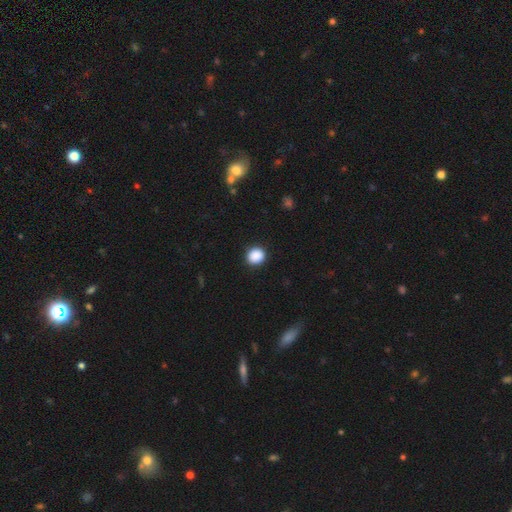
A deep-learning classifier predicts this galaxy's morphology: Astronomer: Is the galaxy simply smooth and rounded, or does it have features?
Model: smooth — 90%.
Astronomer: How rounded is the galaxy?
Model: round — 84%.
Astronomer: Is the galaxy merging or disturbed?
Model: none — 91%.